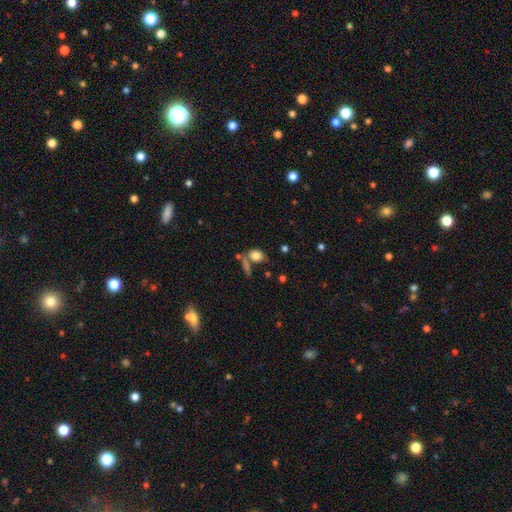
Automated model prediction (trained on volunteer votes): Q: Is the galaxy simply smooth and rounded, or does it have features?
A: smooth — 79%.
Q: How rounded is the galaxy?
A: in between — 66%.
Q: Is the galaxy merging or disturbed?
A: none — 50%.